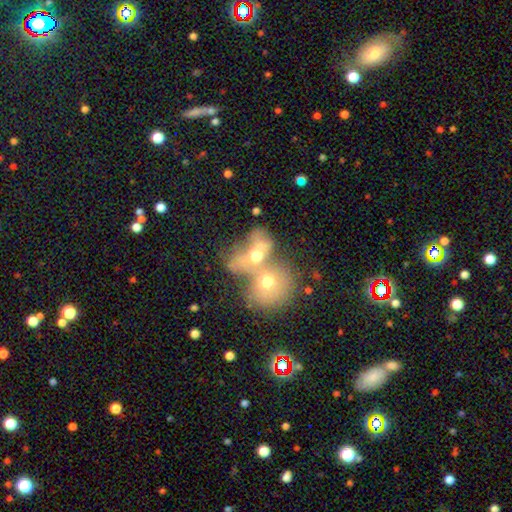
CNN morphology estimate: Smooth or featured? Predicted: smooth (p=0.51). How rounded? Predicted: round (p=0.52). Merging? Predicted: merger (p=0.78).